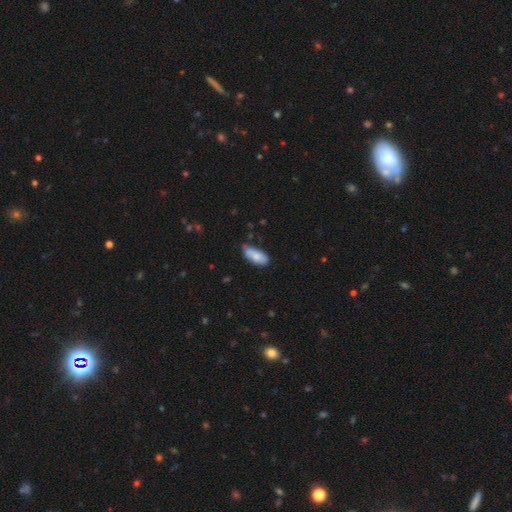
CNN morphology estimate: The model was most divided on "merging": none: 65%, minor disturbance: 28%, major disturbance: 4%, merger: 3%. More confident: how rounded — in between (86%); smooth or featured — smooth (80%).